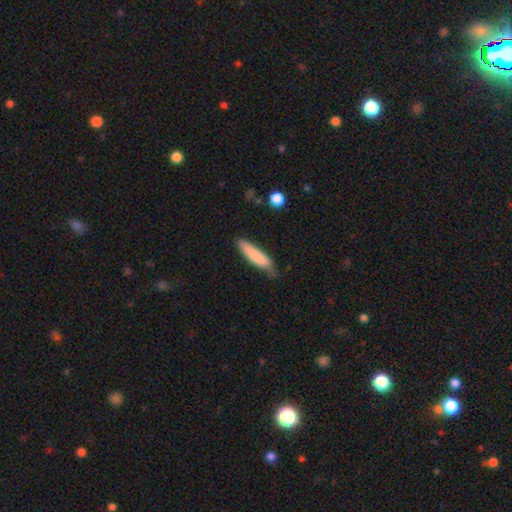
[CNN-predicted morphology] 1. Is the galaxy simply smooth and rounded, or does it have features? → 83% smooth, 12% featured or disk, 6% star or artifact.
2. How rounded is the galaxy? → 78% cigar-shaped, 21% in between, 1% round.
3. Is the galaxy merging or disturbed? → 66% none, 28% minor disturbance, 5% major disturbance, 2% merger.